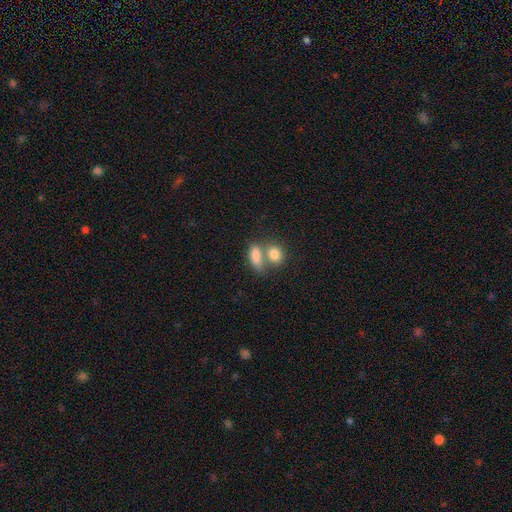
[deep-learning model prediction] smooth_or_featured: smooth (p=0.81) [alt: featured or disk p=0.11]
how_rounded: in between (p=0.76) [alt: round p=0.15]
merging: merger (p=0.53) [alt: none p=0.33]